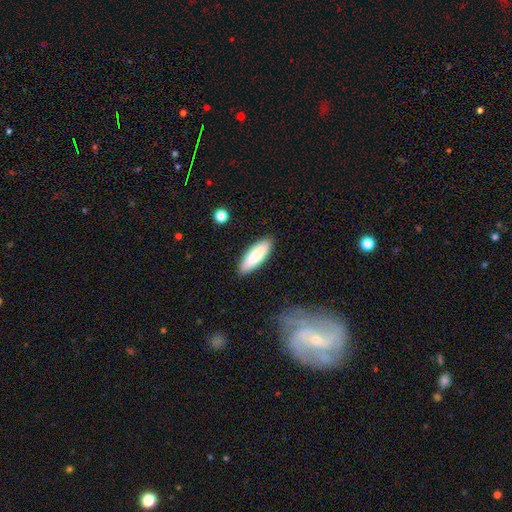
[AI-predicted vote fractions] Smooth or featured: smooth — 85% (featured or disk — 10%)
How rounded: in between — 56% (cigar-shaped — 43%)
Merging: none — 89% (minor disturbance — 8%)